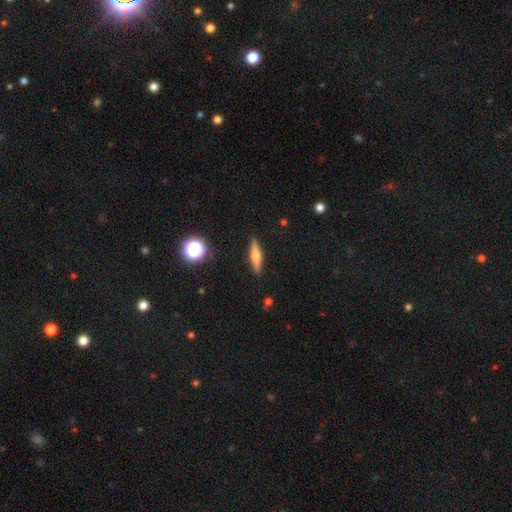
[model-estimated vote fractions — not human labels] A featured or disk galaxy (54%) viewed edge-on (95%) with a rounded central bulge (91%).

Vote fractions:
- Smooth or featured? featured or disk: 54% / smooth: 38% / star or artifact: 8%
- Edge-on disk? yes: 95% / no: 5%
- Edge-on bulge? rounded: 91% / boxy: 5% / none: 4%
- Merging? none: 90% / minor disturbance: 7% / major disturbance: 2% / merger: 1%